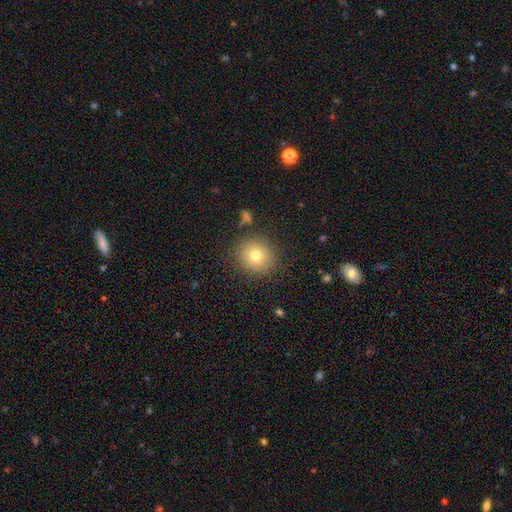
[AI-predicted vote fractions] The model was most divided on "smooth or featured": smooth: 77%, star or artifact: 13%, featured or disk: 10%. More confident: how rounded — round (91%); merging — none (87%).